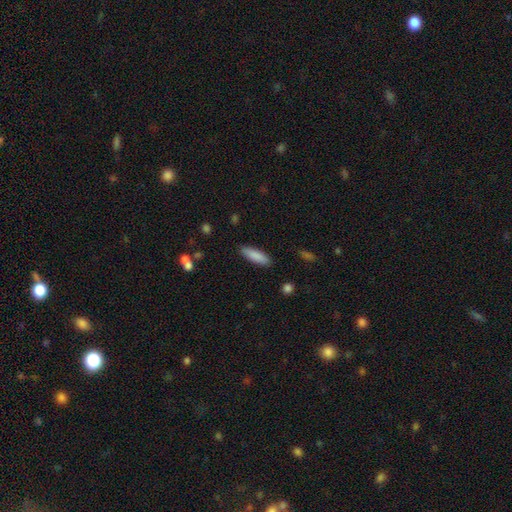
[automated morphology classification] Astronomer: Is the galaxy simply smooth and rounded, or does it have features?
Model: smooth — 87%.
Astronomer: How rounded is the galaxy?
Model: cigar-shaped — 54% (runner-up: in between, 44%).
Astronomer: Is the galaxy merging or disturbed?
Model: none — 88%.